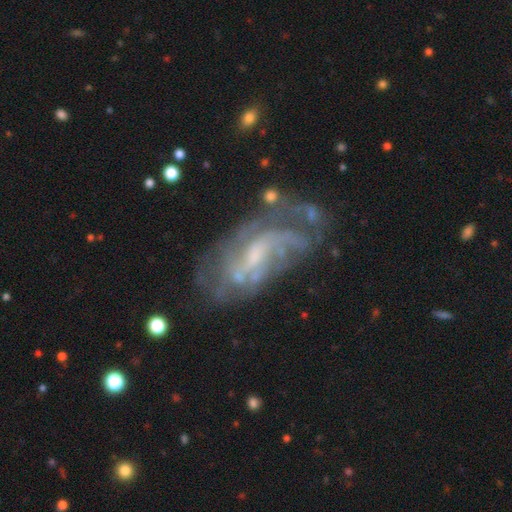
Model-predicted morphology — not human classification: smooth-or-featured: featured or disk: 80% | smooth: 12% | star or artifact: 8%
  disk-edge-on: no: 94% | yes: 6%
    bar: weak: 45% | no: 44% | strong: 11%
    has-spiral-arms: yes: 82% | no: 18%
      spiral-winding: medium: 41% | tight: 33% | loose: 26%
      spiral-arm-count: can't tell: 43% | 2: 24% | 3: 13% | 1: 9% | 4: 6% | more than 4: 4%
    bulge-size: small: 47% | moderate: 29% | none: 20% | large: 3% | dominant: 1%
  merging: none: 48% | major disturbance: 23% | minor disturbance: 22% | merger: 7%